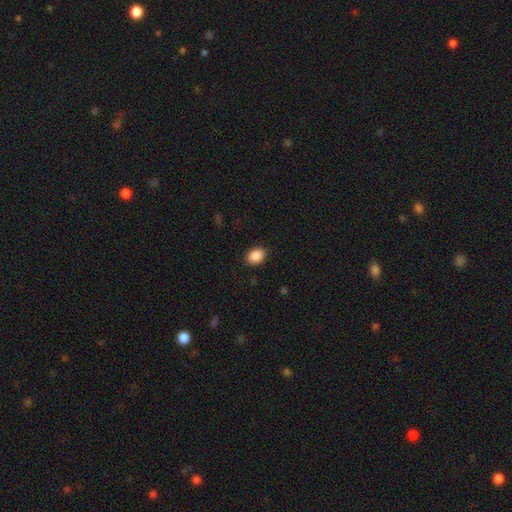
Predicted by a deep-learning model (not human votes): Smooth or featured? Predicted: smooth (p=0.90). How rounded? Predicted: in between (p=0.75). Merging? Predicted: none (p=0.89).